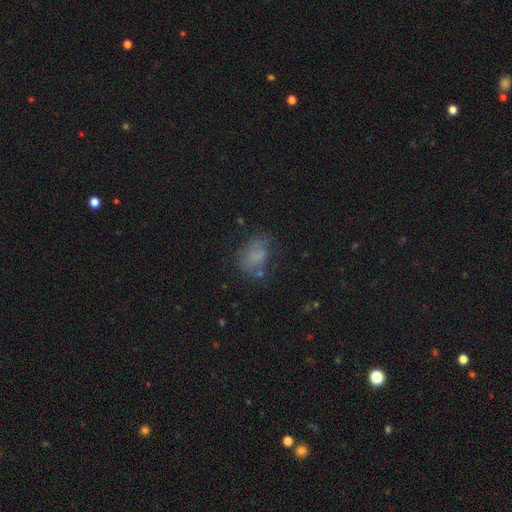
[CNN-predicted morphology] Q: Smooth or featured?
A: smooth (66%); runner-up: featured or disk (19%)
Q: How rounded?
A: in between (70%); runner-up: round (29%)
Q: Merging?
A: none (52%); runner-up: minor disturbance (25%)